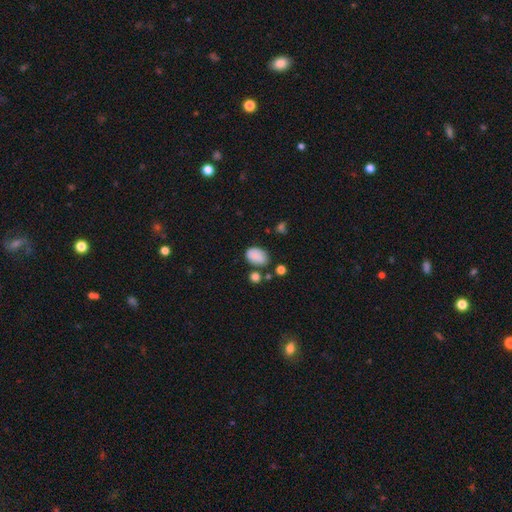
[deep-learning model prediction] This appears to be a smooth galaxy with no disk features (83%) that is in between round and cigar-shaped (84%). Merging: none (62%).